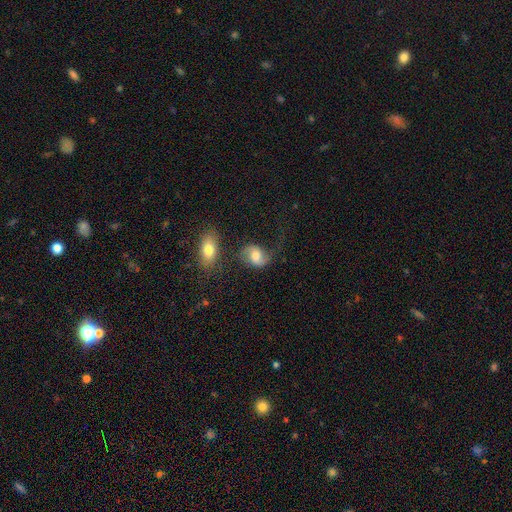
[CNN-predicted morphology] A featured or disk galaxy (54%) with no bar (52%), spiral arms (89%) and a moderate central bulge (55%).

Vote fractions:
- Smooth or featured? featured or disk: 54% / smooth: 37% / star or artifact: 9%
- Edge-on disk? no: 97% / yes: 3%
- Bar? no: 52% / weak: 39% / strong: 10%
- Spiral arms? yes: 89% / no: 11%
- Bulge size? moderate: 55% / small: 18% / large: 18% / none: 5% / dominant: 3%
- Merging? none: 53% / minor disturbance: 22% / major disturbance: 17% / merger: 8%